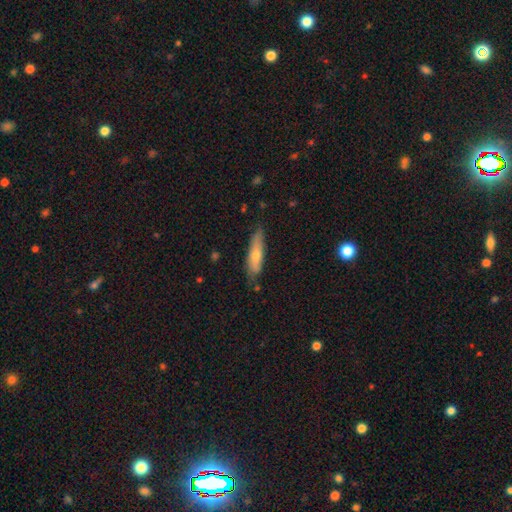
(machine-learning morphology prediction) Smooth or featured? smooth (58%)
How rounded? cigar-shaped (72%)
Merging? none (76%)